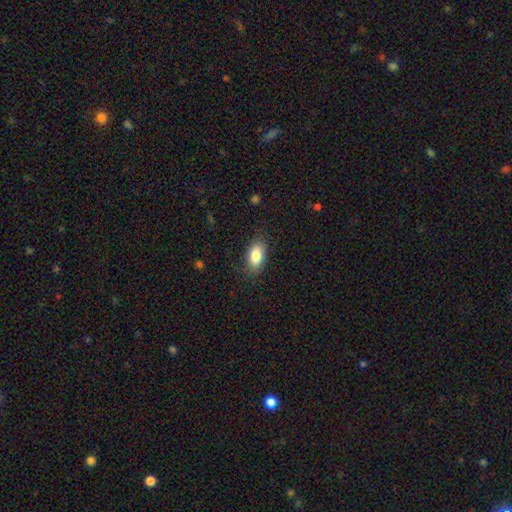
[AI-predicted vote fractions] Smooth or featured: smooth — 84% (featured or disk — 9%)
How rounded: in between — 91% (round — 5%)
Merging: none — 83% (minor disturbance — 13%)